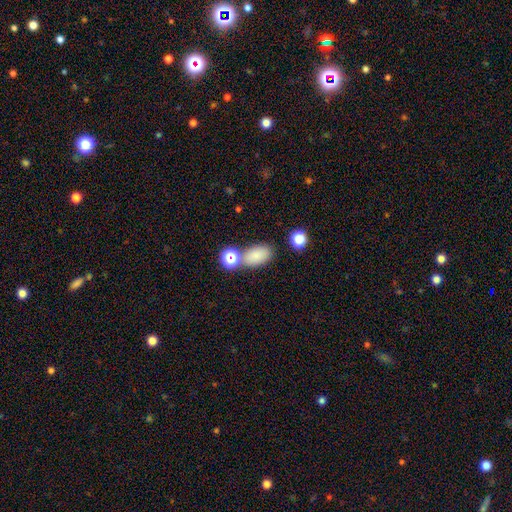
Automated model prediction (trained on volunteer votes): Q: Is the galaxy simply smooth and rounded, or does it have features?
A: smooth — 80%.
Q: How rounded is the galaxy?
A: in between — 88%.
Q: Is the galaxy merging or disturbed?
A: none — 68%.